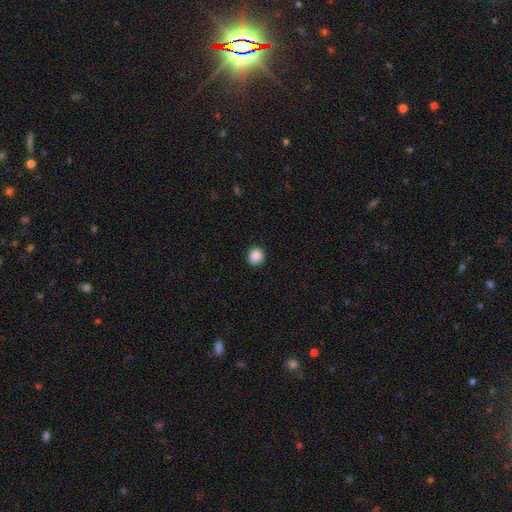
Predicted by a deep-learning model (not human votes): Q: Smooth or featured?
A: smooth (88%); runner-up: star or artifact (9%)
Q: How rounded?
A: round (89%); runner-up: in between (10%)
Q: Merging?
A: none (90%); runner-up: minor disturbance (7%)